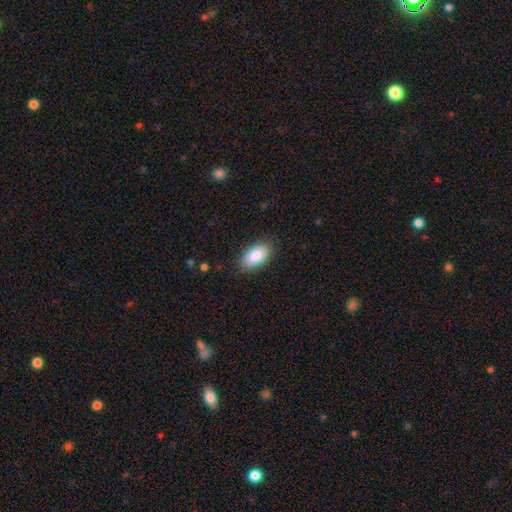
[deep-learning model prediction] This appears to be a smooth galaxy with no disk features (88%) that is in between round and cigar-shaped (95%). Merging: none (84%).